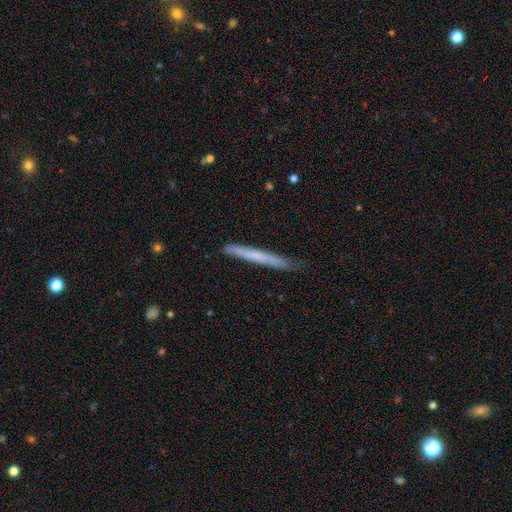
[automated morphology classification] Smooth or featured? Predicted: smooth (p=0.57). How rounded? Predicted: cigar-shaped (p=0.97). Merging? Predicted: none (p=0.80).